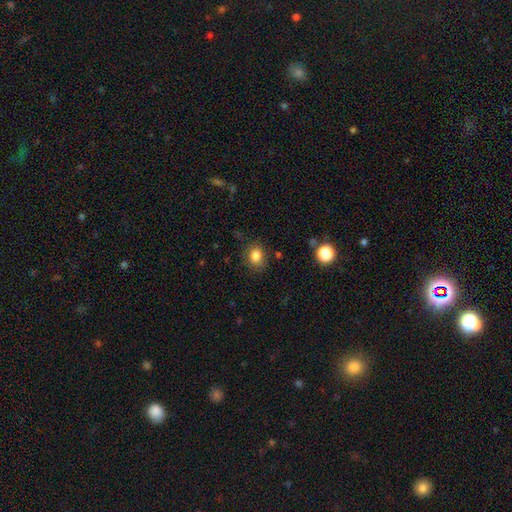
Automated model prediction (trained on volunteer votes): smooth 83%, star or artifact 10%, featured or disk 6%. Down the decision tree: how rounded — round (58%); merging — none (78%).